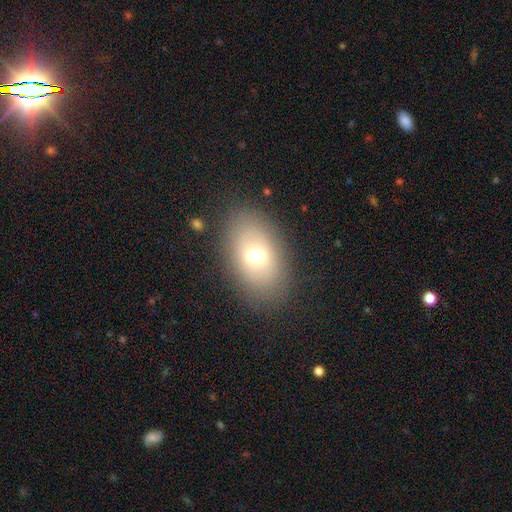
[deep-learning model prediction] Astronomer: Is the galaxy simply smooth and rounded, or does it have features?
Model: smooth — 64%.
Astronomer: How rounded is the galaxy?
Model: in between — 85%.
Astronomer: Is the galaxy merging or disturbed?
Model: none — 84%.